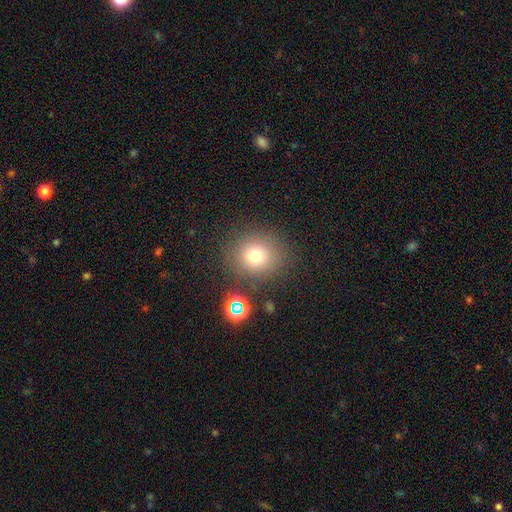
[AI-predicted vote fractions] Q: Smooth or featured?
A: smooth (73%); runner-up: star or artifact (17%)
Q: How rounded?
A: round (87%); runner-up: in between (12%)
Q: Merging?
A: none (83%); runner-up: minor disturbance (9%)